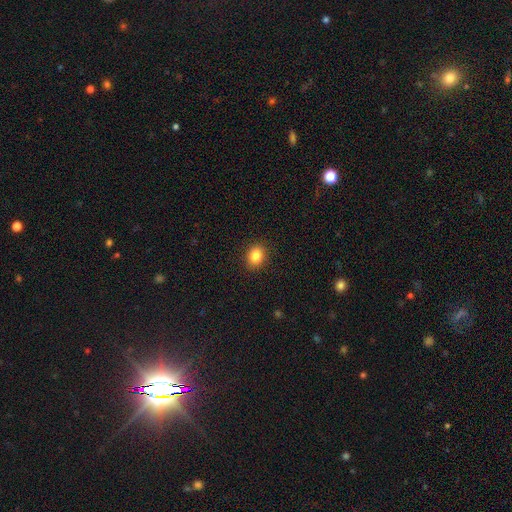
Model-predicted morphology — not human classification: Smooth or featured? Predicted: smooth (p=0.85). How rounded? Predicted: in between (p=0.51). Merging? Predicted: none (p=0.90).